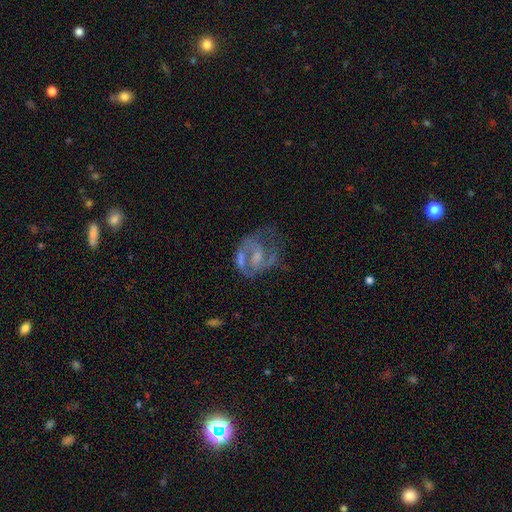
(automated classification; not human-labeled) Smooth or featured? featured or disk (73%)
Edge-on disk? no (97%)
Bar? no (50%)
Spiral arms? yes (70%)
Bulge size? small (41%)
Merging? none (36%)